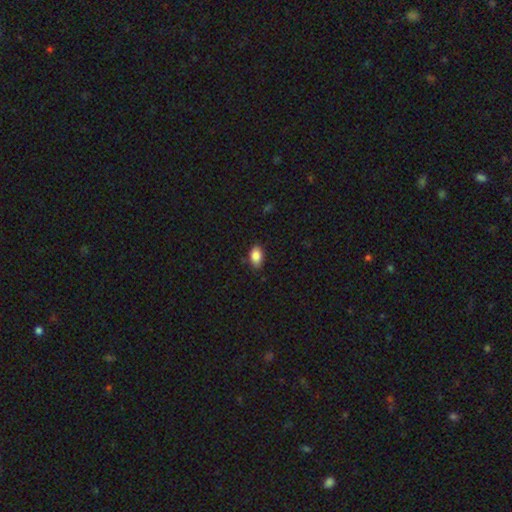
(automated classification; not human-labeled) Morphology: type=smooth (87%); roundness=in between (91%); merging=none (82%).